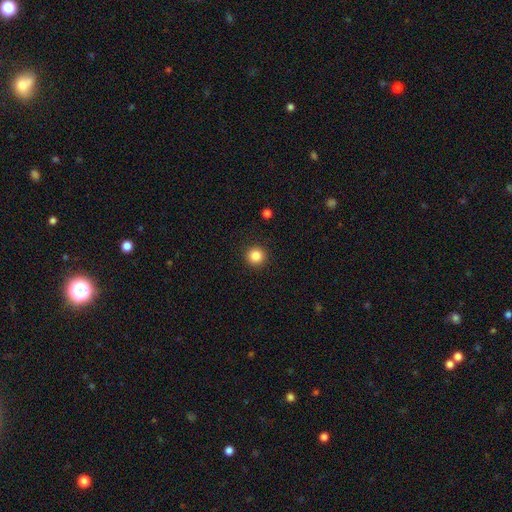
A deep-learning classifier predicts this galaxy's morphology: Q: Smooth or featured?
A: smooth (85%); runner-up: star or artifact (11%)
Q: How rounded?
A: round (95%); runner-up: in between (4%)
Q: Merging?
A: none (92%); runner-up: minor disturbance (5%)